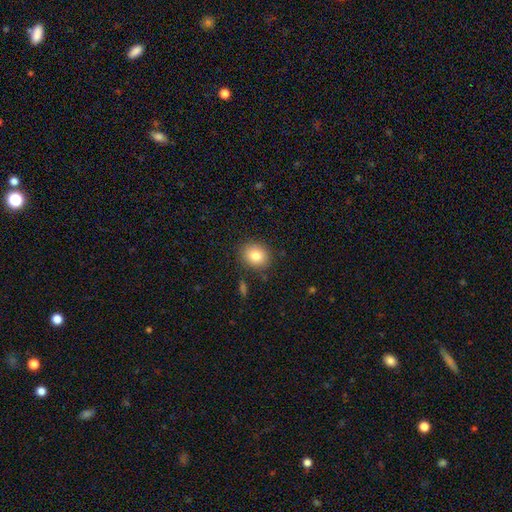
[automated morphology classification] Smooth or featured: smooth — 81% (star or artifact — 10%)
How rounded: round — 74% (in between — 25%)
Merging: none — 86% (minor disturbance — 9%)